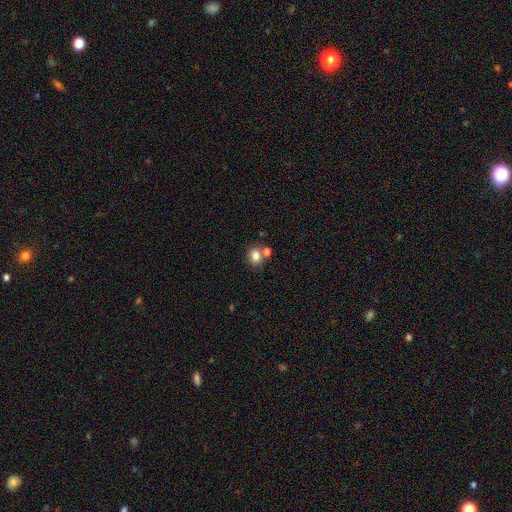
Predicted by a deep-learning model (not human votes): Smooth or featured? smooth (81%)
How rounded? round (63%)
Merging? none (62%)